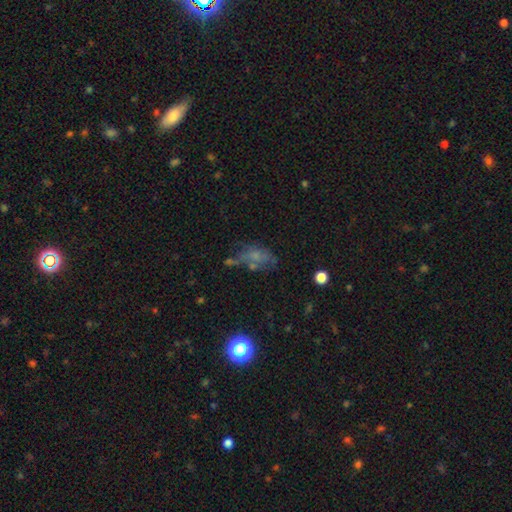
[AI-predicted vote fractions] This is marginally a smooth galaxy (43%). Merging: marginally none (38%).